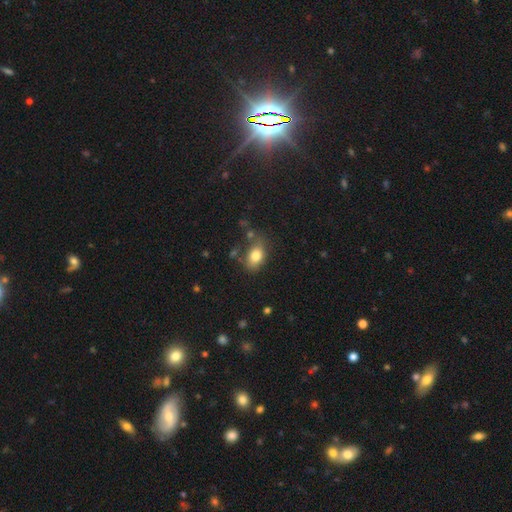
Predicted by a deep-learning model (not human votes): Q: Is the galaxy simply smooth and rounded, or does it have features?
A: smooth — 80%.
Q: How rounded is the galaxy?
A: in between — 80%.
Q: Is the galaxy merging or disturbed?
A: none — 63%.